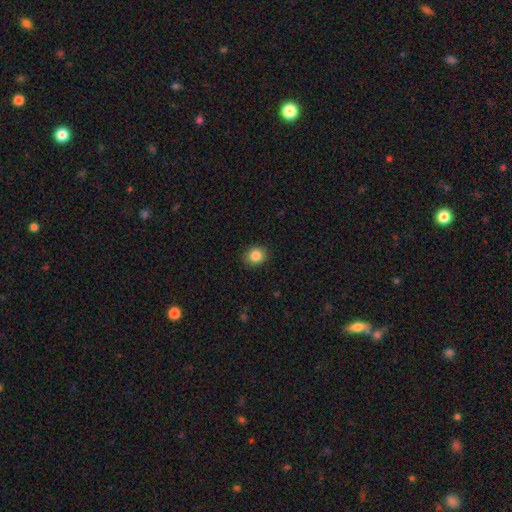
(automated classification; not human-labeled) A smooth galaxy with no disk features (86%) that is round (78%).

Vote fractions:
- Smooth or featured? smooth: 86% / star or artifact: 10% / featured or disk: 4%
- How rounded? round: 78% / in between: 21% / cigar-shaped: 1%
- Merging? none: 90% / minor disturbance: 7% / major disturbance: 2% / merger: 1%